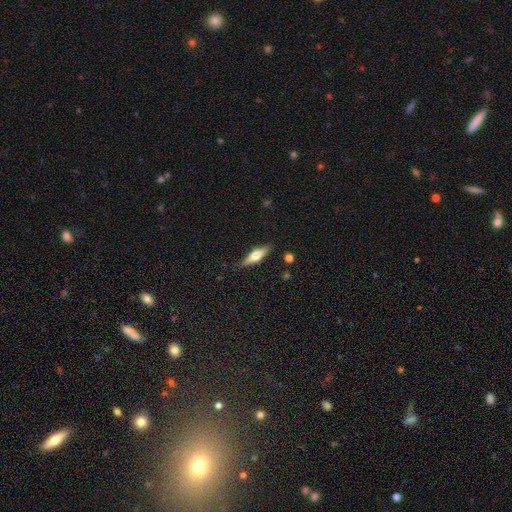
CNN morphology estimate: Smooth or featured: featured or disk — 59% (smooth — 35%)
Edge-on disk: yes — 95% (no — 5%)
Edge-on bulge: rounded — 93% (boxy — 5%)
Merging: none — 86% (minor disturbance — 10%)